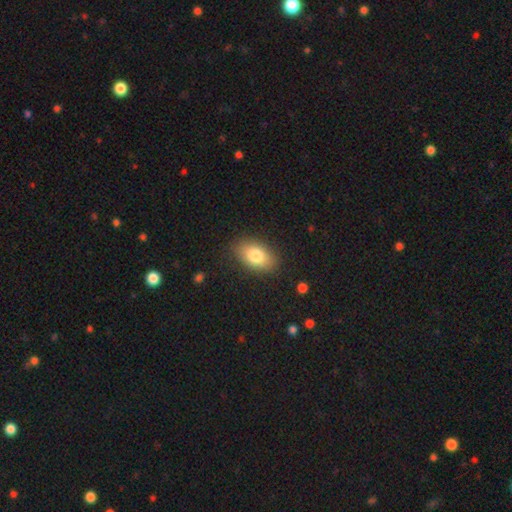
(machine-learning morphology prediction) Q: Smooth or featured?
A: smooth (80%); runner-up: featured or disk (12%)
Q: How rounded?
A: in between (90%); runner-up: round (8%)
Q: Merging?
A: none (85%); runner-up: minor disturbance (11%)